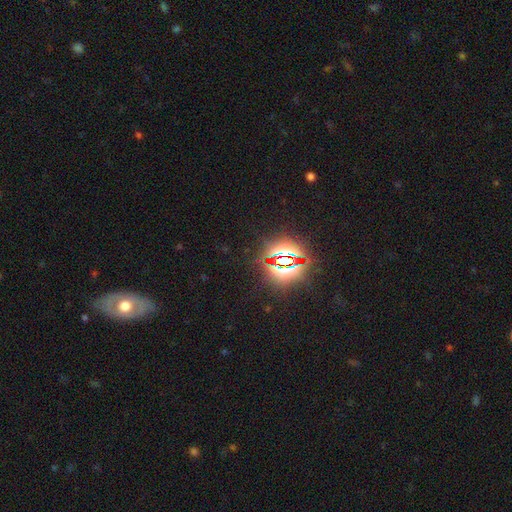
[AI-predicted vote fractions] smooth_or_featured: star or artifact (p=0.71) [alt: smooth p=0.16]